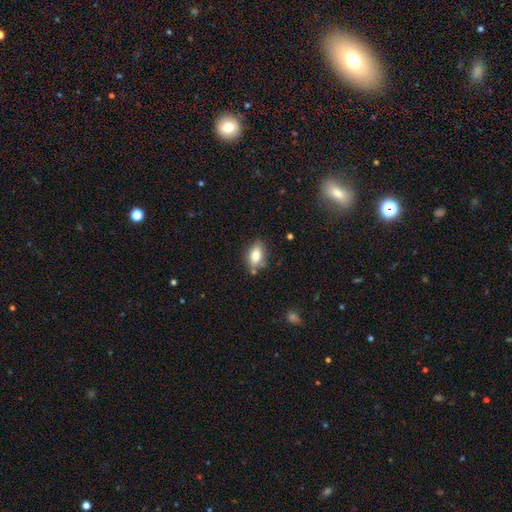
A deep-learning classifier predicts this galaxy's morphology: Q: Smooth or featured?
A: smooth (80%); runner-up: featured or disk (12%)
Q: How rounded?
A: in between (86%); runner-up: round (10%)
Q: Merging?
A: none (73%); runner-up: minor disturbance (18%)